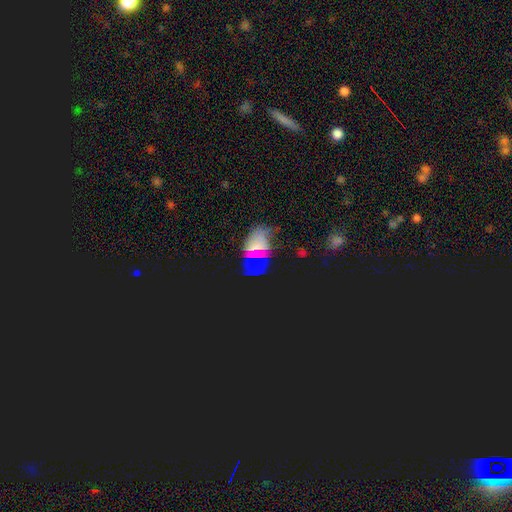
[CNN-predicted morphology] type=star or artifact (52%).